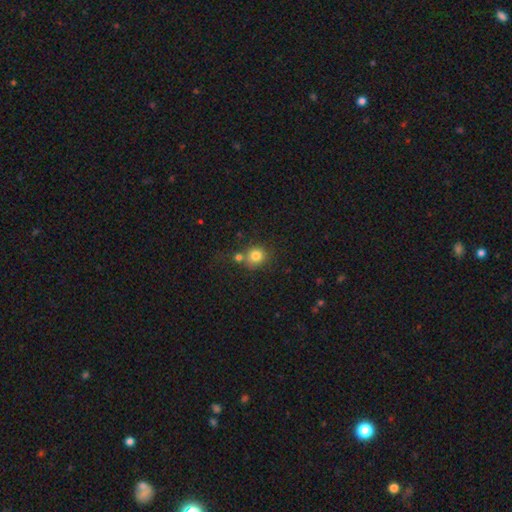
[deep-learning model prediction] This appears to be a smooth galaxy with no disk features (81%) that is round (86%). Merging: none (60%).